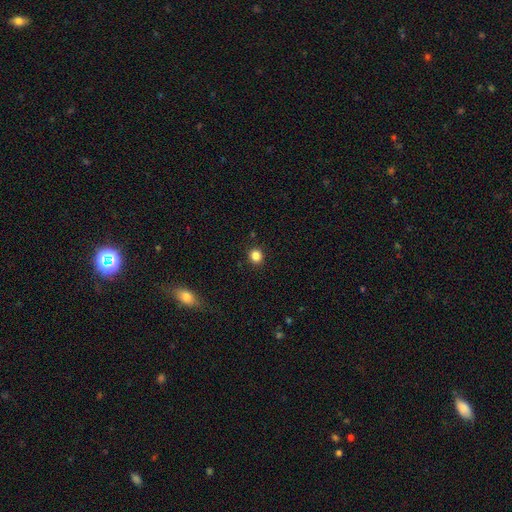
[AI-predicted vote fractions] smooth 84%, star or artifact 12%, featured or disk 4%. Down the decision tree: how rounded — round (85%); merging — none (90%).